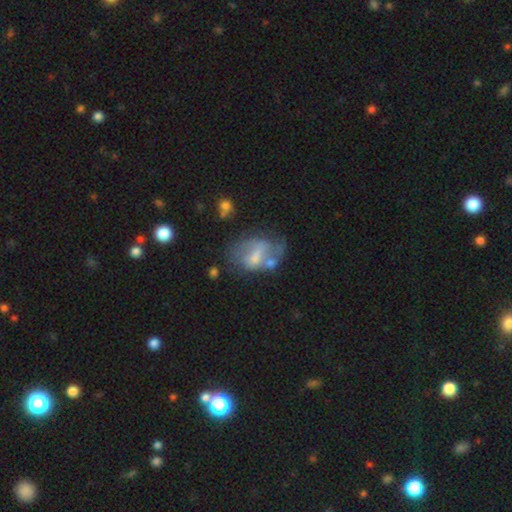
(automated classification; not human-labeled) This is possibly a featured or disk galaxy (57%). It is clearly not viewed edge-on (96%). Bar: marginally weak (44%). Spiral arm pattern: possibly yes (56%). Central bulge: marginally small (43%). Merging: marginally none (38%).